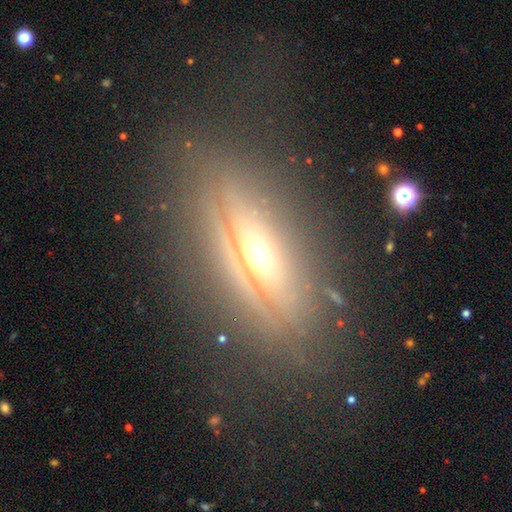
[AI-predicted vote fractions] Smooth or featured: featured or disk — 69% (smooth — 21%)
Edge-on disk: yes — 73% (no — 27%)
Edge-on bulge: rounded — 90% (none — 6%)
Merging: none — 75% (minor disturbance — 15%)